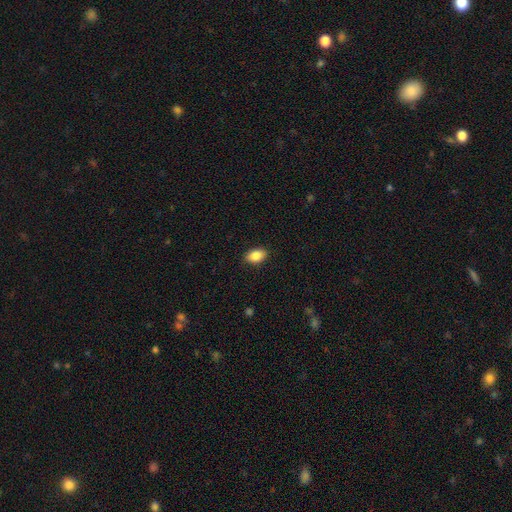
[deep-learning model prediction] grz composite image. It shows a smooth galaxy with no disk features (87%) that is in between round and cigar-shaped (89%). Merging: none (89%).